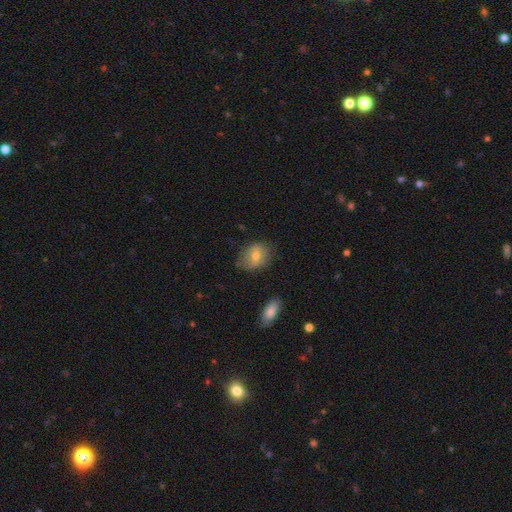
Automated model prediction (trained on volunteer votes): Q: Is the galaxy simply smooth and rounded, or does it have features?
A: smooth — 68%.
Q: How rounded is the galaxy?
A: in between — 55%.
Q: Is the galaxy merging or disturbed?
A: none — 67%.